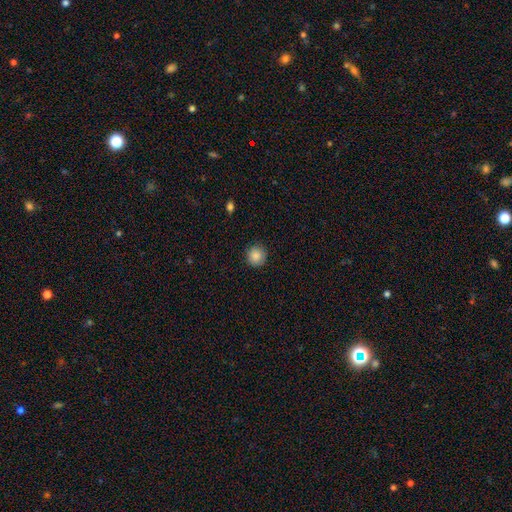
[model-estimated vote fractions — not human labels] Morphology: type=smooth (87%); roundness=round (92%); merging=none (88%).